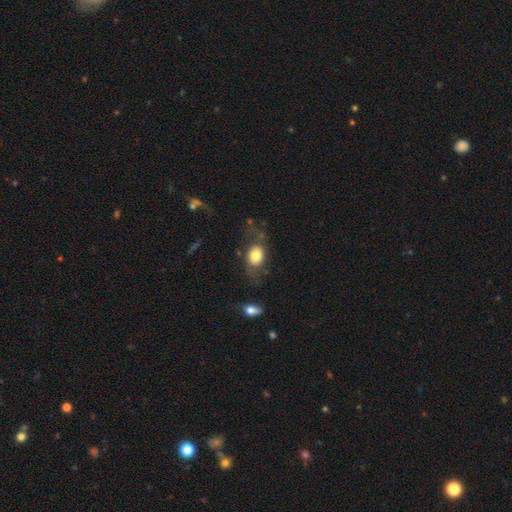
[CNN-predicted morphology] A smooth galaxy with no disk features (75%) that is in between round and cigar-shaped (62%). Merging: none (54%).